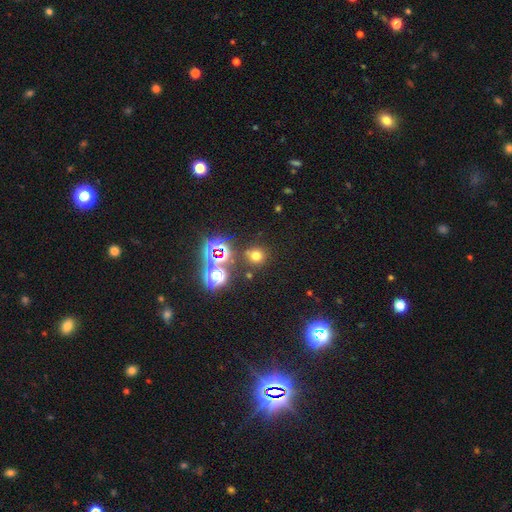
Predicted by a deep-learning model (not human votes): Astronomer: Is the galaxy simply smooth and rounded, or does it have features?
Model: smooth — 59% (runner-up: star or artifact, 34%).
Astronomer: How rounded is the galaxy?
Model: round — 91%.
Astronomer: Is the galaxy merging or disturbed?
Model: none — 82%.